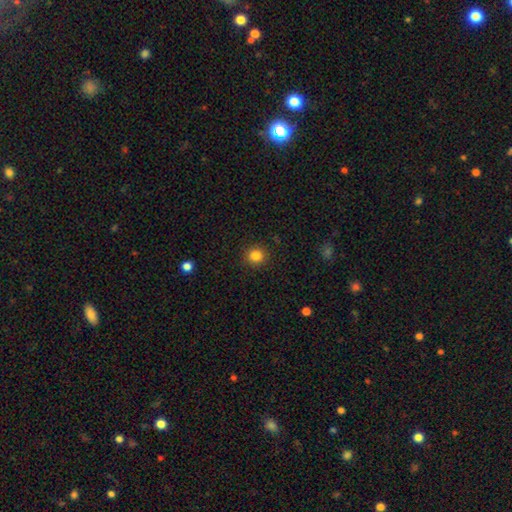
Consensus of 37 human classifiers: Smooth or featured? smooth (95%)
How rounded? round (94%)
Merging? none (94%)